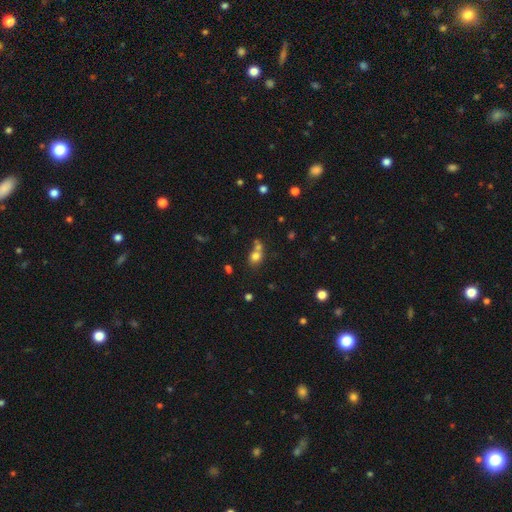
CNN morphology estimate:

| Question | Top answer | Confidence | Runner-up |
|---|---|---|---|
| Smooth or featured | smooth | 75% | star or artifact (14%) |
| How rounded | round | 66% | in between (33%) |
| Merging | none | 44% | merger (42%) |